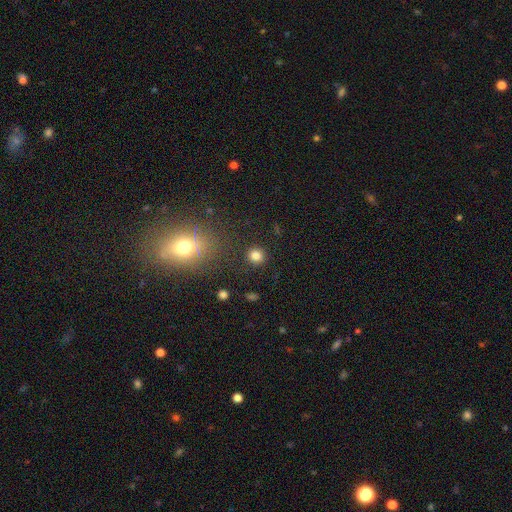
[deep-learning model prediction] Overall: smooth (81%). How rounded: round (90%). Merging: none (89%).